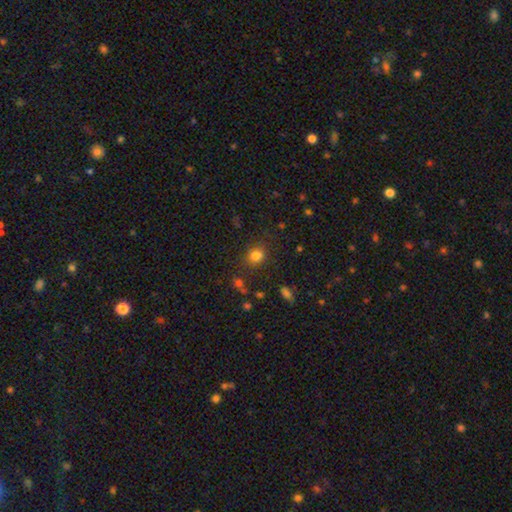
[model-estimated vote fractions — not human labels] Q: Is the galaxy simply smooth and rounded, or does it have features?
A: smooth — 80%.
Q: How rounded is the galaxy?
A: round — 61%.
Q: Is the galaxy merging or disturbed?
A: none — 78%.